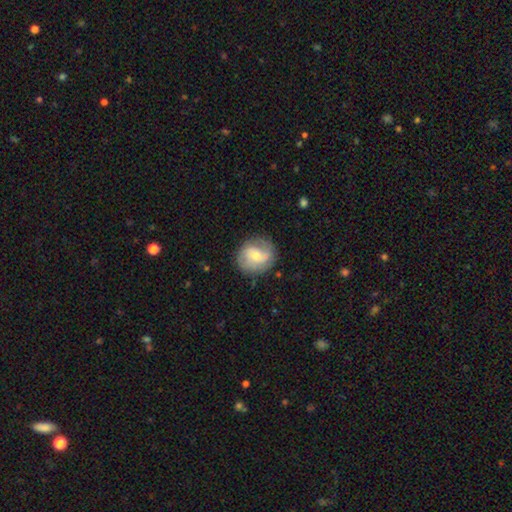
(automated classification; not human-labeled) Smooth or featured?
  - featured or disk: 56% *
  - smooth: 37%
  - star or artifact: 7%
Edge-on disk?
  - no: 97% *
  - yes: 3%
Bar?
  - no: 48% *
  - weak: 42%
  - strong: 11%
Spiral arms?
  - yes: 83% *
  - no: 17%
Bulge size?
  - moderate: 48% *
  - small: 46%
  - large: 3%
  - none: 2%
  - dominant: 1%
Merging?
  - none: 78% *
  - minor disturbance: 15%
  - major disturbance: 5%
  - merger: 2%